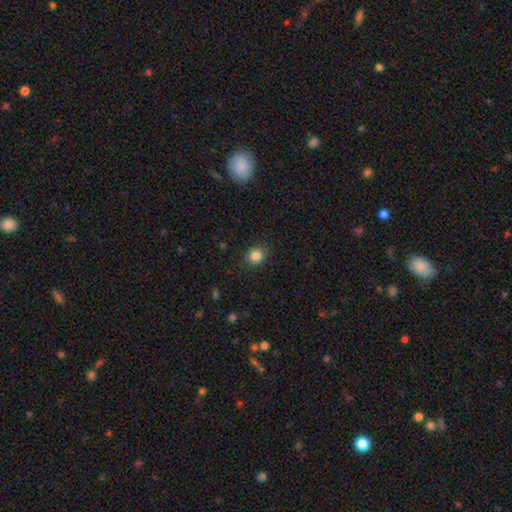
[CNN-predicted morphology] smooth 84%, star or artifact 11%, featured or disk 5%. Down the decision tree: how rounded — round (70%); merging — none (88%).